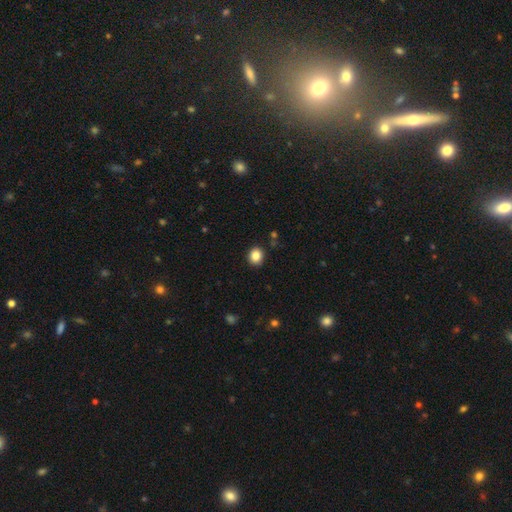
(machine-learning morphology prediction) type=smooth (86%); roundness=round (73%); merging=none (89%).